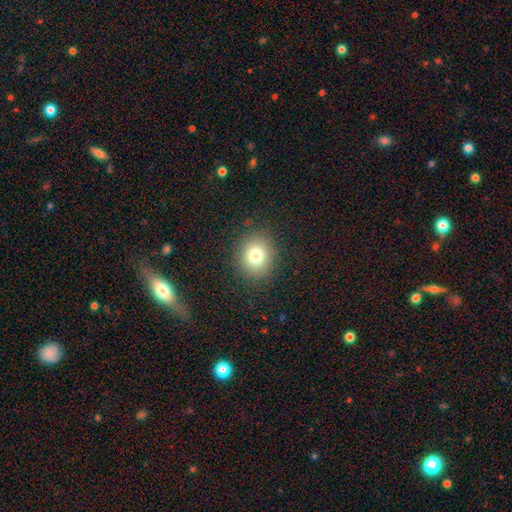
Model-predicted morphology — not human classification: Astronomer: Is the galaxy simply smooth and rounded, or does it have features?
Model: smooth — 78%.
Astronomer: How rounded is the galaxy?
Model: round — 71%.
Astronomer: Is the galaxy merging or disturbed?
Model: none — 88%.